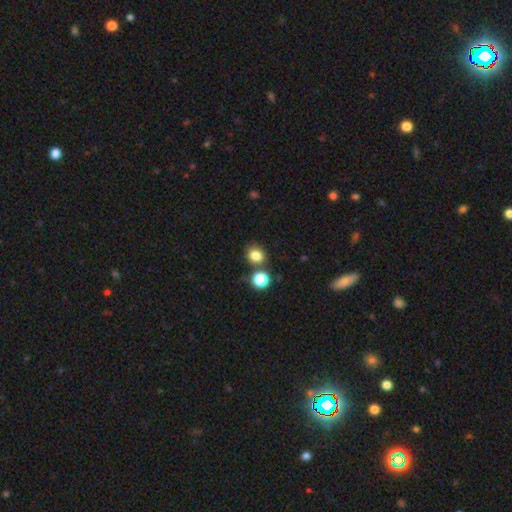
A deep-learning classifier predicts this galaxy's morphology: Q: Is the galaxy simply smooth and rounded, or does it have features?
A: smooth — 82%.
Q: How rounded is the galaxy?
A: round — 73%.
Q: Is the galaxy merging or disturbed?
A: none — 69%.